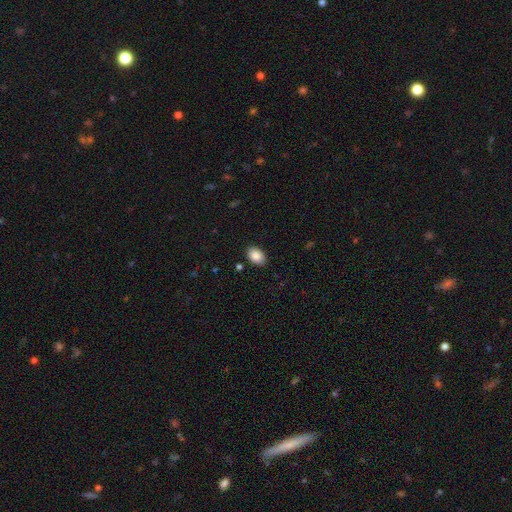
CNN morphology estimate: Smooth or featured? smooth (89%)
How rounded? in between (84%)
Merging? none (88%)